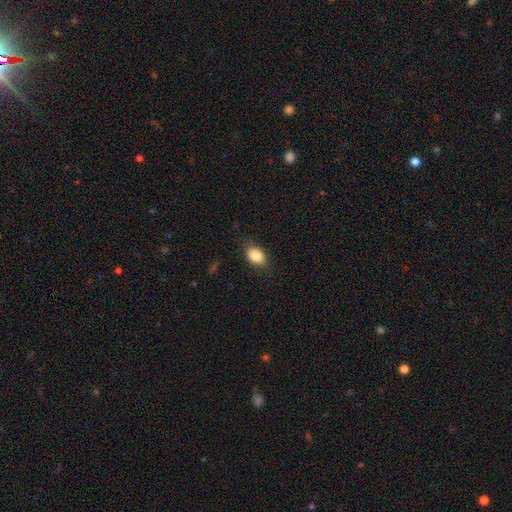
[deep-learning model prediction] Smooth or featured?
  - smooth: 84% *
  - star or artifact: 8%
  - featured or disk: 8%
How rounded?
  - in between: 80% *
  - round: 18%
  - cigar-shaped: 2%
Merging?
  - none: 82% *
  - minor disturbance: 14%
  - major disturbance: 3%
  - merger: 1%